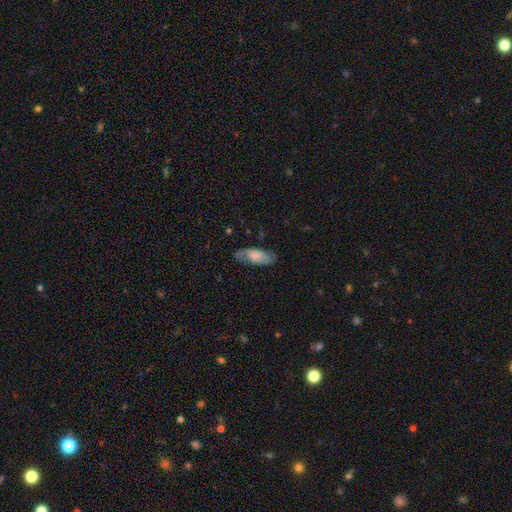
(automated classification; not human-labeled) smooth 48%, featured or disk 45%, star or artifact 7%. Down the decision tree: merging — none (72%).